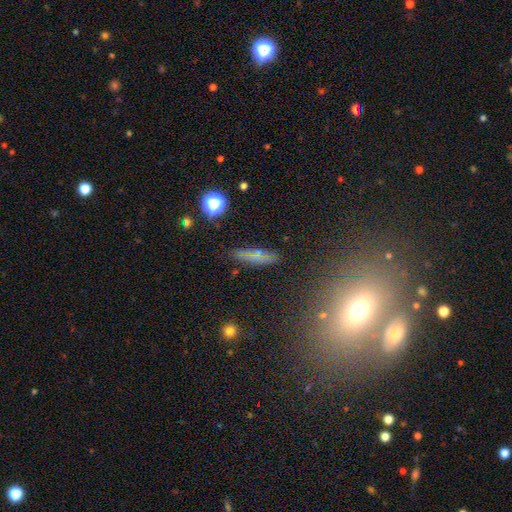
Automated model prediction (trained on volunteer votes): smooth-or-featured: smooth: 53% | featured or disk: 27% | star or artifact: 20%
  how-rounded: cigar-shaped: 69% | in between: 24% | round: 7%
  merging: none: 80% | minor disturbance: 13% | major disturbance: 4% | merger: 3%